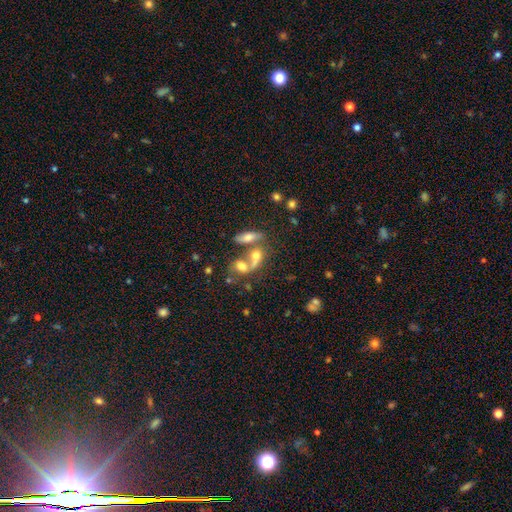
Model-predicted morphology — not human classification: Q: Smooth or featured?
A: smooth (61%); runner-up: featured or disk (25%)
Q: How rounded?
A: in between (65%); runner-up: round (24%)
Q: Merging?
A: merger (58%); runner-up: none (26%)